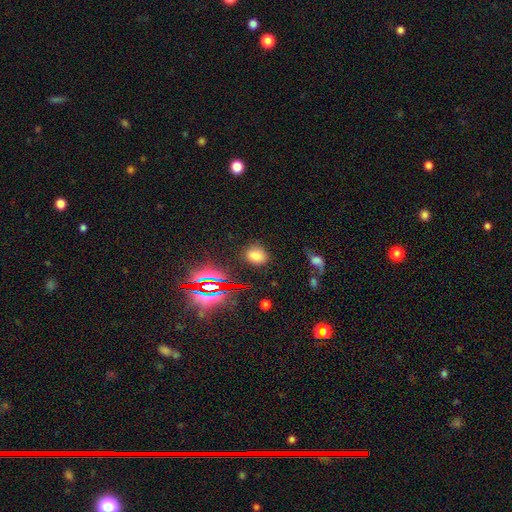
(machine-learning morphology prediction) Smooth or featured? smooth (71%)
How rounded? in between (53%)
Merging? none (84%)